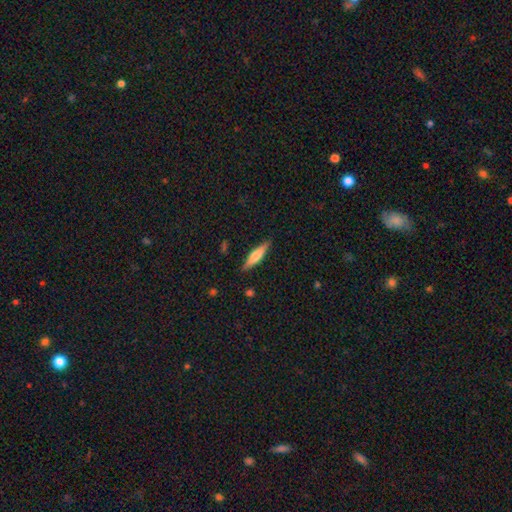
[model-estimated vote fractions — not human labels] This is possibly a smooth galaxy (59%). How rounded: clearly cigar-shaped (80%). Merging: clearly none (88%).